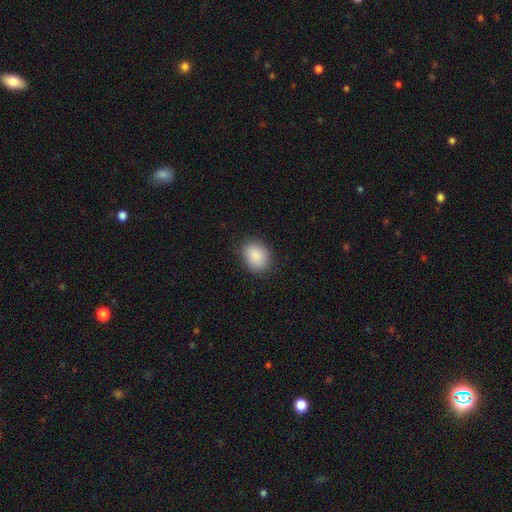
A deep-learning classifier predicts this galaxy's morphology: Smooth or featured? smooth (89%)
How rounded? in between (60%)
Merging? none (85%)